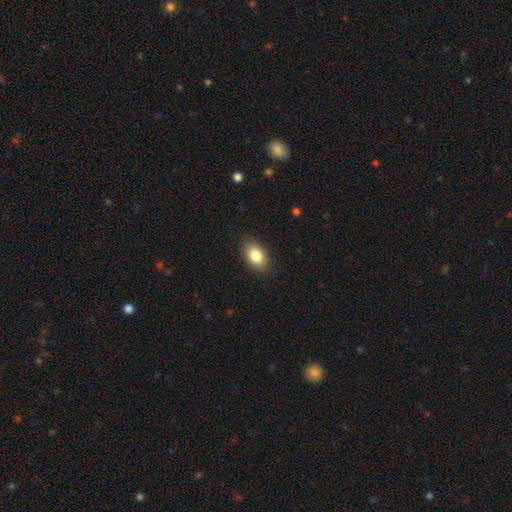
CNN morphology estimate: A smooth galaxy with no disk features (84%) that is in between round and cigar-shaped (88%).

Vote fractions:
- Smooth or featured? smooth: 84% / featured or disk: 8% / star or artifact: 8%
- How rounded? in between: 88% / round: 10% / cigar-shaped: 2%
- Merging? none: 86% / minor disturbance: 11% / major disturbance: 3% / merger: 1%